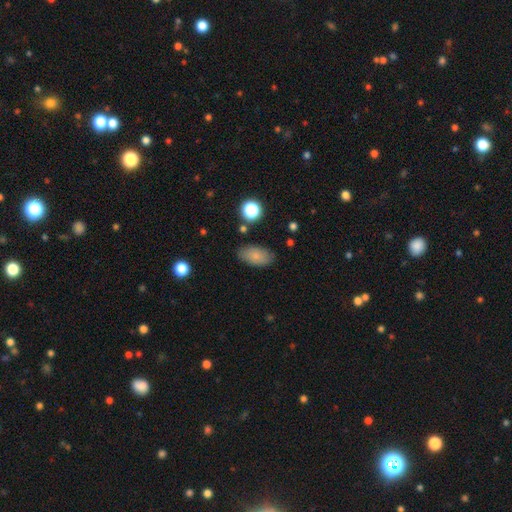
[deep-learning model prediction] A smooth galaxy with no disk features (81%) that is in between round and cigar-shaped (91%).

Vote fractions:
- Smooth or featured? smooth: 81% / featured or disk: 10% / star or artifact: 9%
- How rounded? in between: 91% / round: 6% / cigar-shaped: 3%
- Merging? none: 80% / minor disturbance: 14% / major disturbance: 4% / merger: 2%